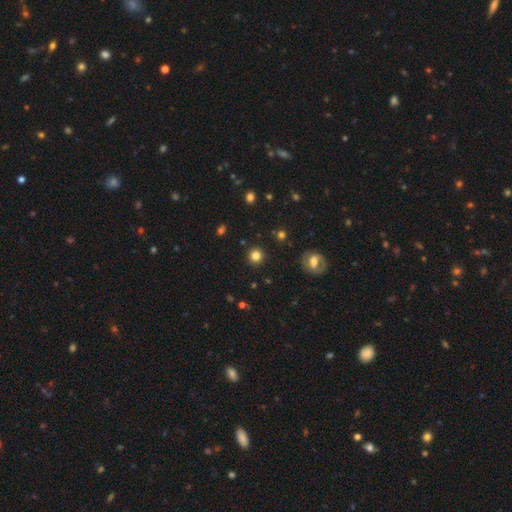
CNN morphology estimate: Smooth or featured: smooth — 81% (star or artifact — 13%)
How rounded: round — 94% (in between — 5%)
Merging: none — 91% (minor disturbance — 5%)